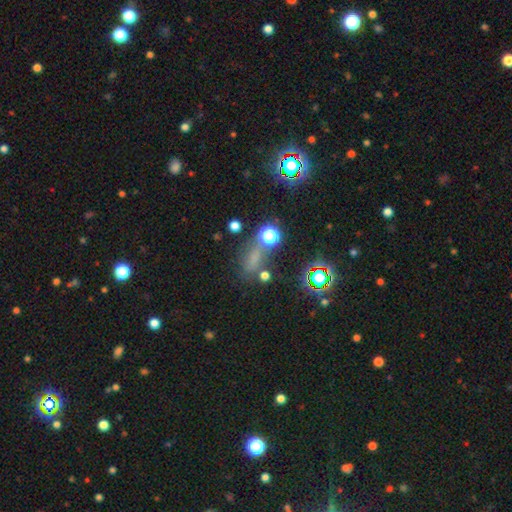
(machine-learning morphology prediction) A star or artifact, not a galaxy (50%).

Vote fractions:
- Smooth or featured? star or artifact: 50% / smooth: 38% / featured or disk: 13%